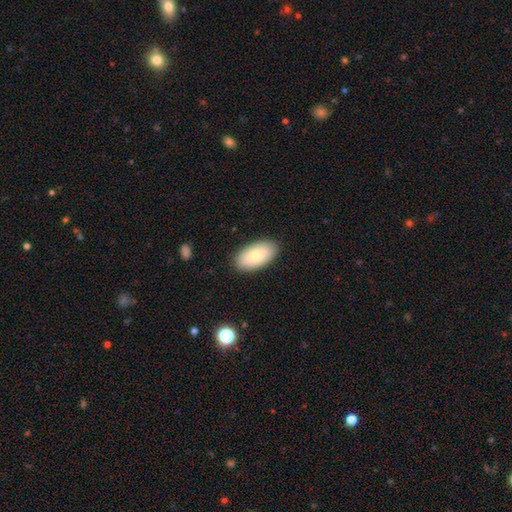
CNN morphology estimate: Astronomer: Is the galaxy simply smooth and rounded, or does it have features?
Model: smooth — 79%.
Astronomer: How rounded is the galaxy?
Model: in between — 95%.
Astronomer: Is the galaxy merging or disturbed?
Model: none — 88%.